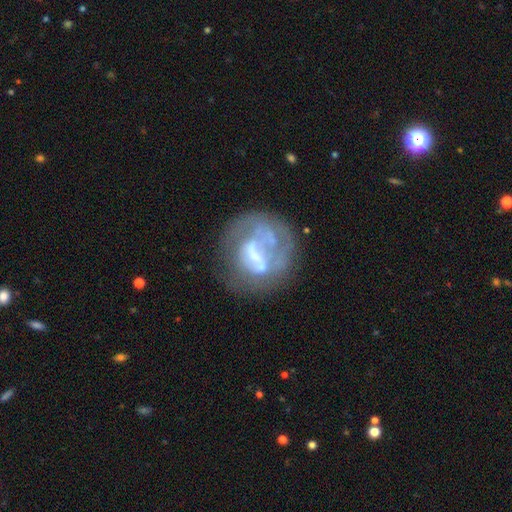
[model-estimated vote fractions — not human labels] smooth-or-featured: featured or disk: 63% | smooth: 27% | star or artifact: 10%
  disk-edge-on: no: 97% | yes: 3%
    bar: no: 52% | weak: 29% | strong: 19%
    has-spiral-arms: no: 69% | yes: 31%
    bulge-size: none: 41% | moderate: 25% | small: 23% | large: 9% | dominant: 2%
  merging: none: 44% | major disturbance: 29% | minor disturbance: 19% | merger: 9%